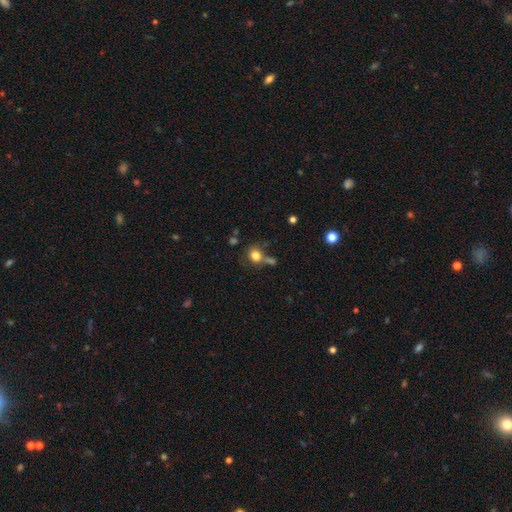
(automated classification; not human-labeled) Smooth or featured: smooth — 80% (star or artifact — 12%)
How rounded: round — 74% (in between — 25%)
Merging: none — 57% (merger — 20%)